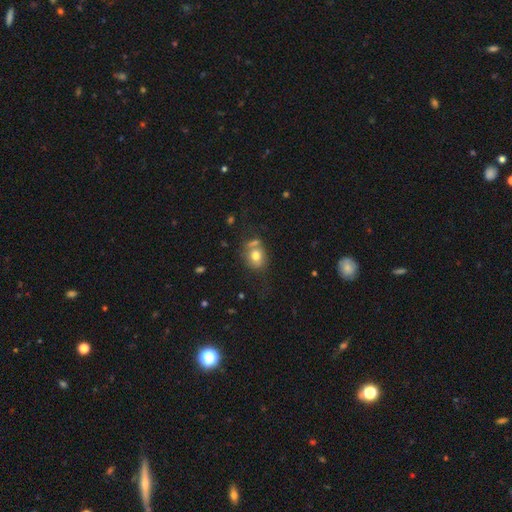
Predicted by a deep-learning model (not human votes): The model was most divided on "how rounded": round: 57%, in between: 42%, cigar-shaped: 1%. More confident: smooth or featured — smooth (72%); merging — none (50%).